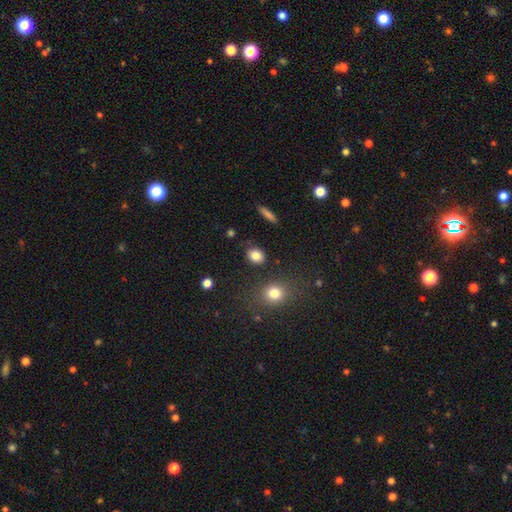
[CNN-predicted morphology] smooth_or_featured: smooth (p=0.84) [alt: star or artifact p=0.10]
how_rounded: round (p=0.55) [alt: in between p=0.44]
merging: none (p=0.83) [alt: minor disturbance p=0.11]